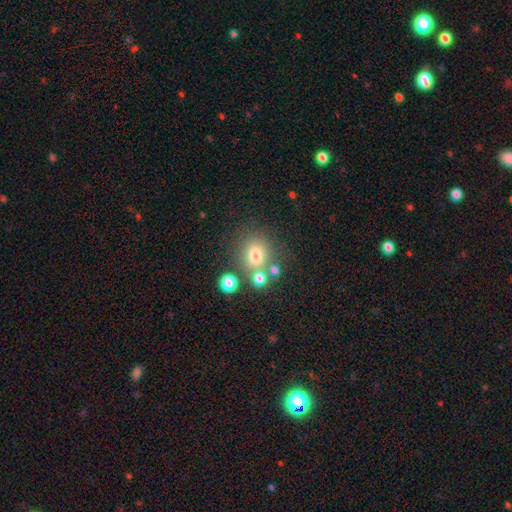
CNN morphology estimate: type=smooth (71%); roundness=round (74%); merging=none (65%).